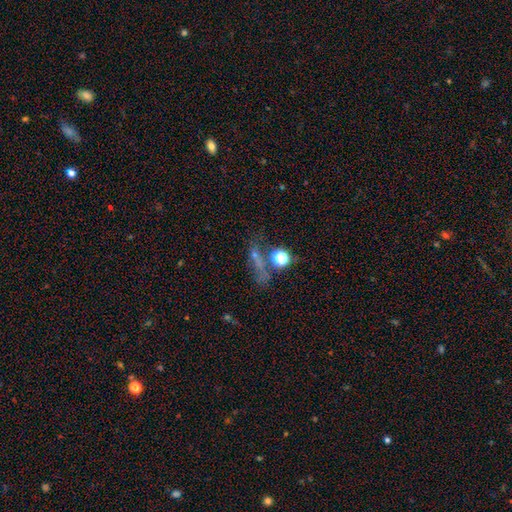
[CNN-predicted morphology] Q: Smooth or featured?
A: star or artifact (39%); runner-up: smooth (38%)